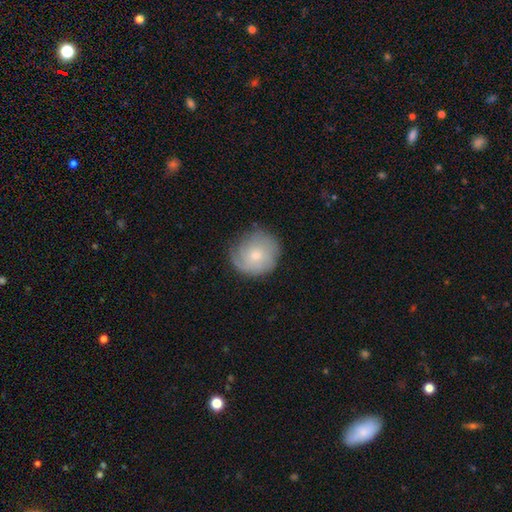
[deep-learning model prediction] Smooth or featured? Predicted: smooth (p=0.48). Merging? Predicted: none (p=0.71).